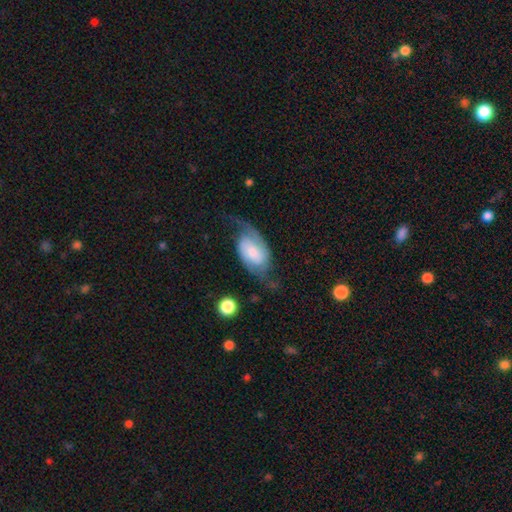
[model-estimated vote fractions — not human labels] A featured or disk galaxy (76%) with no bar (55%), 2 (91%) loose (57%) spiral arms (94%) and a small central bulge (33%). Merging: none (56%).